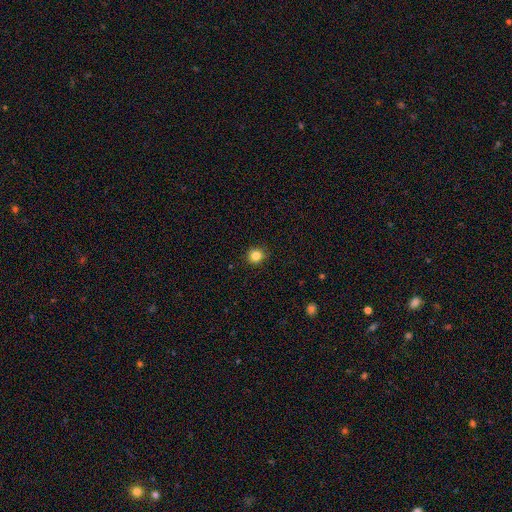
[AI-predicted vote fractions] The model was most divided on "smooth or featured": smooth: 84%, star or artifact: 12%, featured or disk: 5%. More confident: how rounded — round (92%); merging — none (91%).